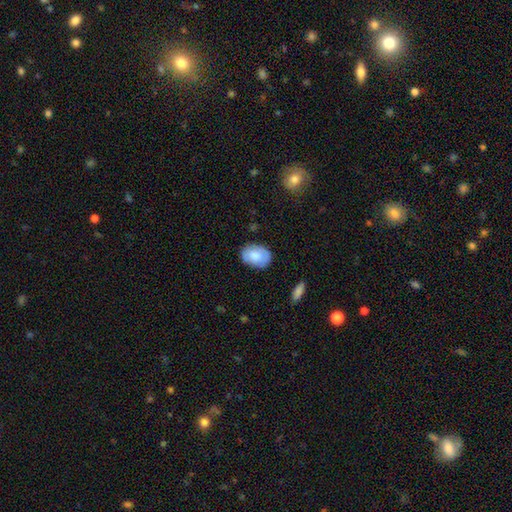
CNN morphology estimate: Smooth or featured? smooth (74%)
How rounded? in between (81%)
Merging? none (80%)